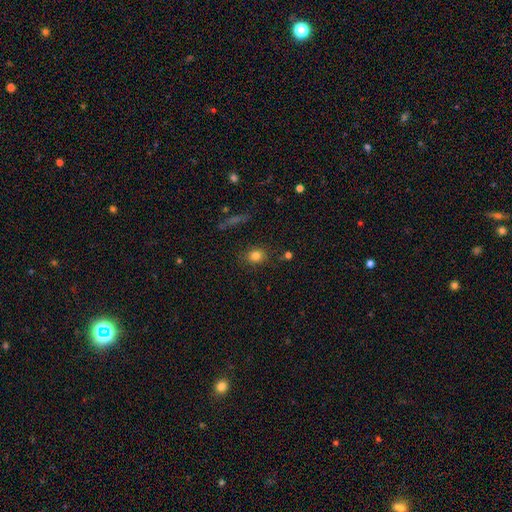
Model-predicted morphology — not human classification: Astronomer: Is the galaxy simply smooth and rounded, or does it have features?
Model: smooth — 81%.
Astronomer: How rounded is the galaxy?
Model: round — 67%.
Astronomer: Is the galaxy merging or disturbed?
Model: none — 83%.